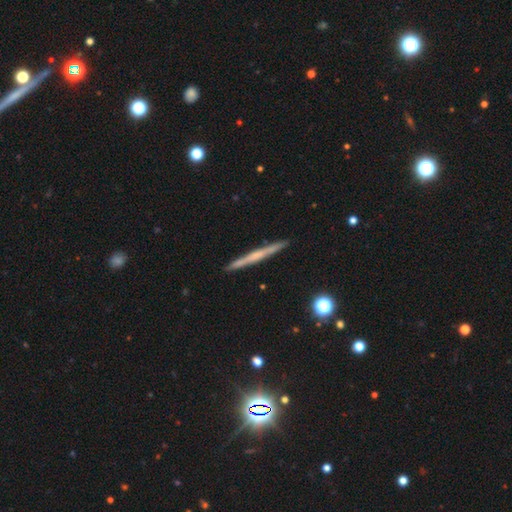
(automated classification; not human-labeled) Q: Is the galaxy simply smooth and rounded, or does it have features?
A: featured or disk — 55%.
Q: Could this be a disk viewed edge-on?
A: yes — 97%.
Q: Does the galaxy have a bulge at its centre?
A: none — 71%.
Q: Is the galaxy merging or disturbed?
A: none — 91%.